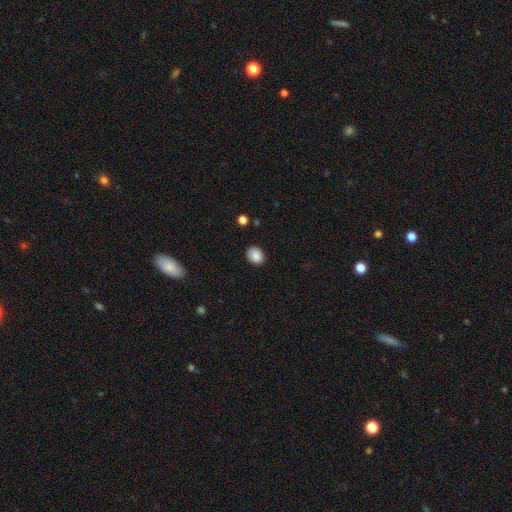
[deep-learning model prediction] Smooth or featured: smooth — 87% (star or artifact — 8%)
How rounded: in between — 58% (round — 41%)
Merging: none — 85% (minor disturbance — 11%)